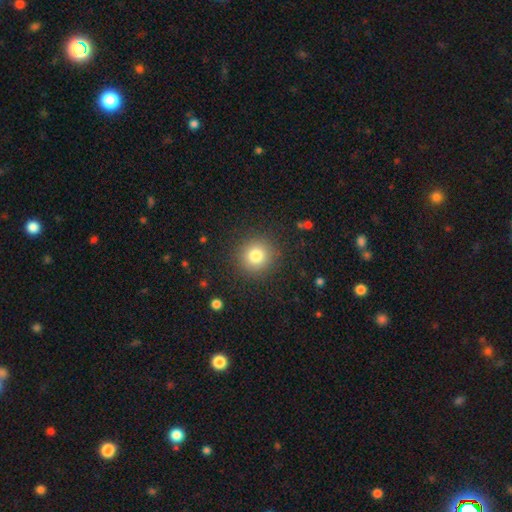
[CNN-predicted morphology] Smooth or featured? Predicted: smooth (p=0.80). How rounded? Predicted: round (p=0.93). Merging? Predicted: none (p=0.89).